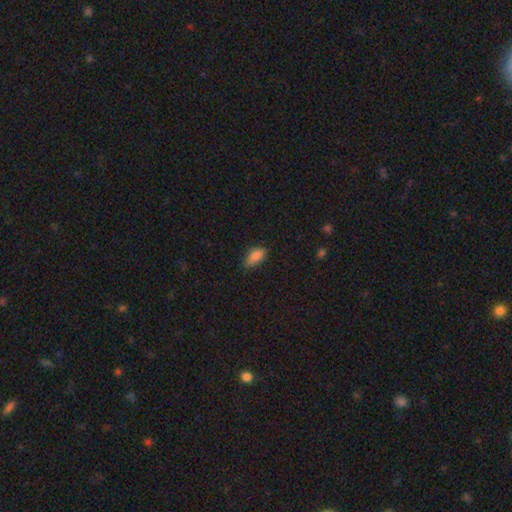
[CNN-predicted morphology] Smooth or featured: smooth — 85% (star or artifact — 9%)
How rounded: in between — 88% (cigar-shaped — 8%)
Merging: none — 69% (minor disturbance — 25%)